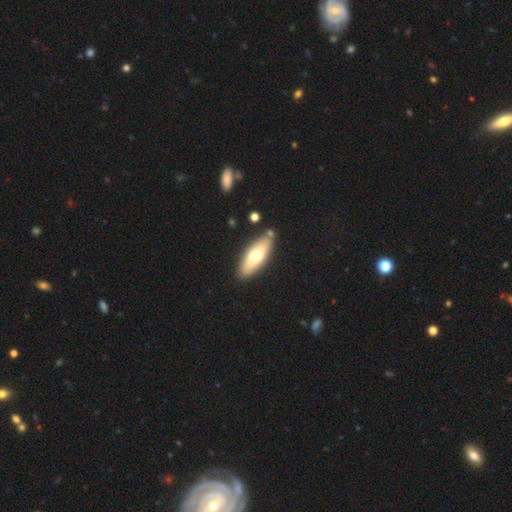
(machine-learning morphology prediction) This is likely a smooth galaxy (66%). How rounded: likely in between (62%). Merging: clearly none (82%).